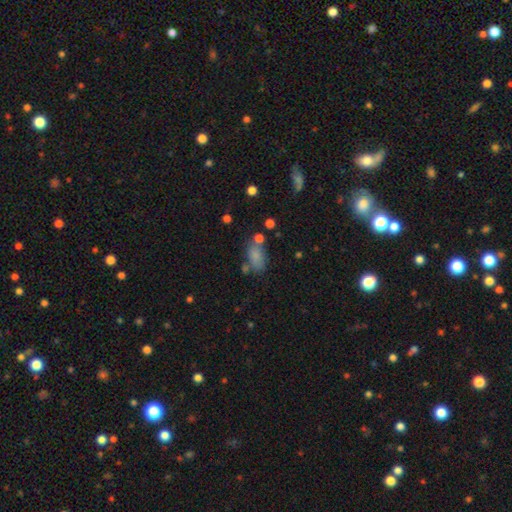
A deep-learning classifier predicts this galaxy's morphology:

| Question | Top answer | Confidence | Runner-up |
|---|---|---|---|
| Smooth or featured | smooth | 78% | star or artifact (12%) |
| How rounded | in between | 88% | round (8%) |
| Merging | none | 54% | minor disturbance (21%) |